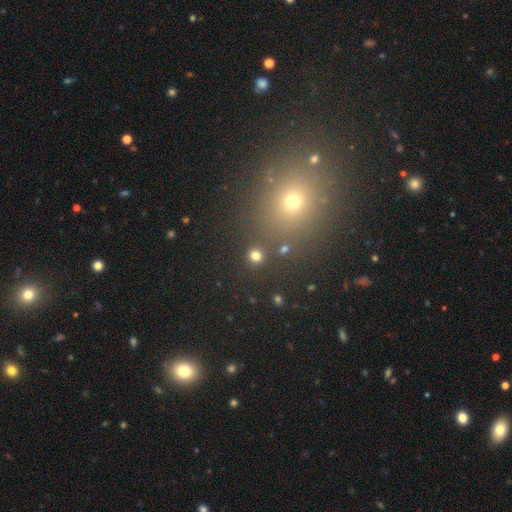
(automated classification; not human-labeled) Smooth or featured? smooth (77%)
How rounded? round (91%)
Merging? none (87%)